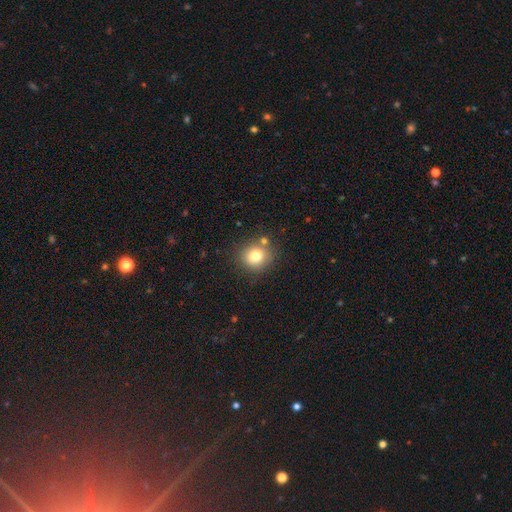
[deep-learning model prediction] The model was most divided on "smooth or featured": smooth: 78%, star or artifact: 13%, featured or disk: 10%. More confident: how rounded — round (85%); merging — none (76%).